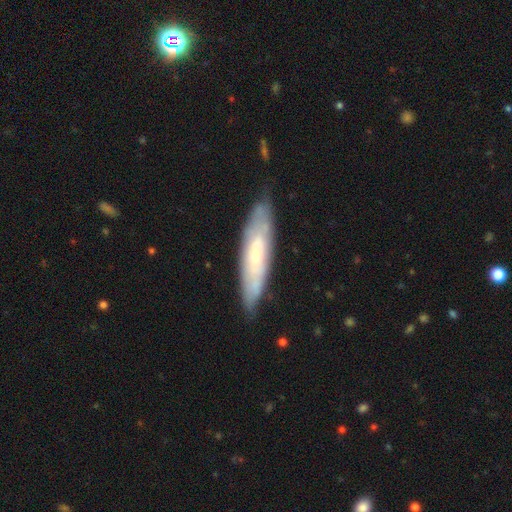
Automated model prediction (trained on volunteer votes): Smooth or featured? featured or disk (54%)
Edge-on disk? no (59%)
Merging? none (76%)